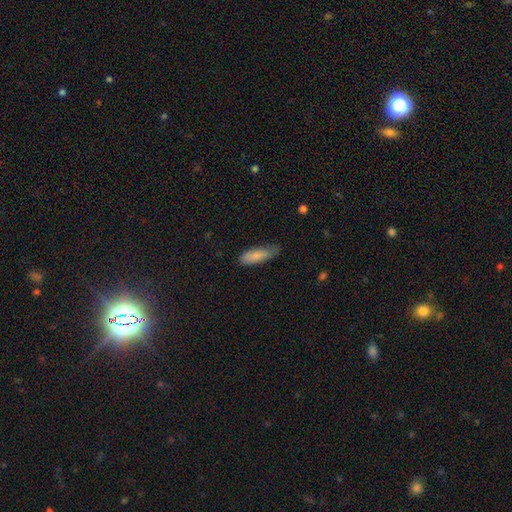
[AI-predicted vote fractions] Smooth or featured? smooth (82%)
How rounded? in between (62%)
Merging? none (60%)